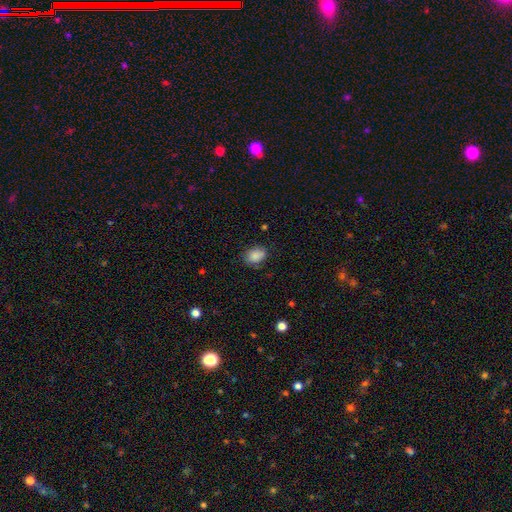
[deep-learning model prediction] This appears to be a smooth galaxy with no disk features (87%) that is in between round and cigar-shaped (75%). Merging: none (76%).